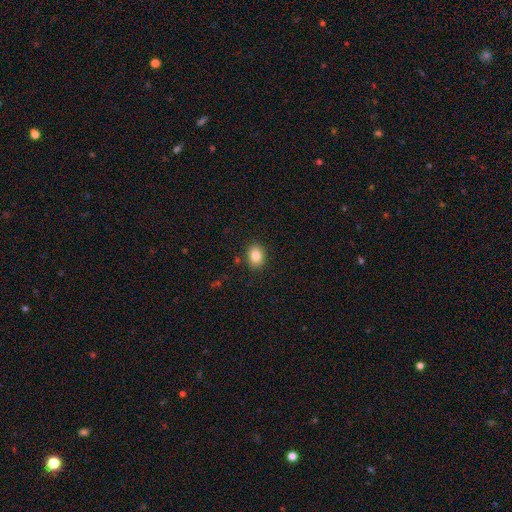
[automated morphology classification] A smooth galaxy with no disk features (84%) that is in between round and cigar-shaped (57%). Merging: none (88%).